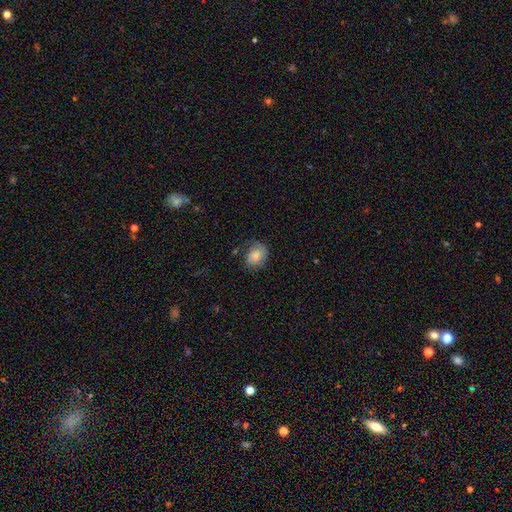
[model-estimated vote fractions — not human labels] Smooth or featured: smooth — 63% (featured or disk — 28%)
How rounded: round — 53% (in between — 46%)
Merging: none — 57% (minor disturbance — 27%)